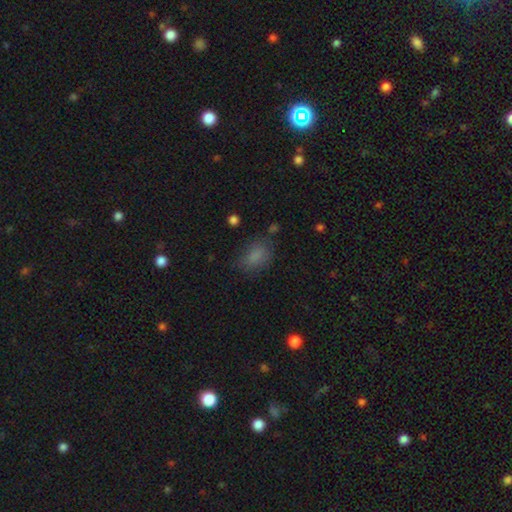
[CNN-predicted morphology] This is likely a smooth galaxy (80%). How rounded: clearly in between (80%). Merging: likely none (65%).